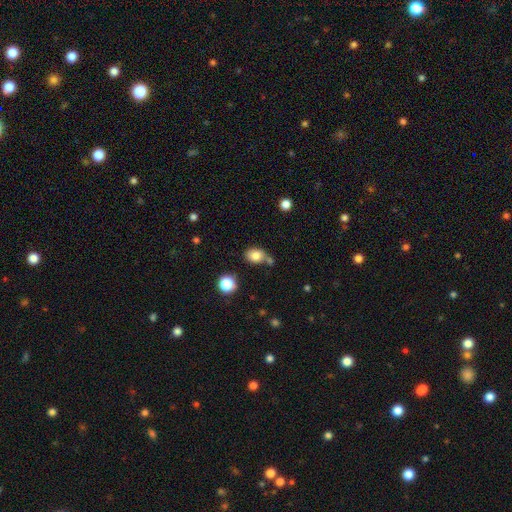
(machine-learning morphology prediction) Overall: smooth (81%). How rounded: in between (65%; round 34%). Merging: none (60%).